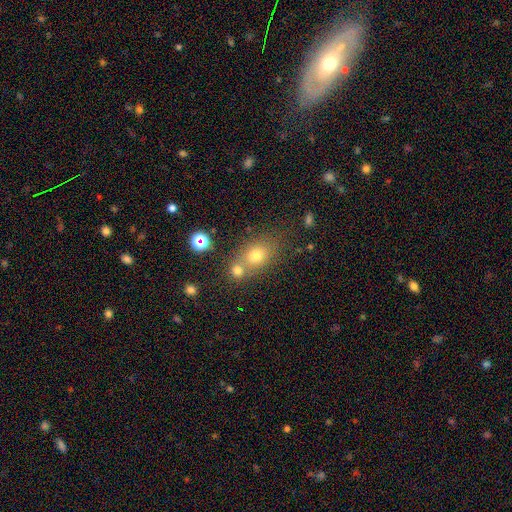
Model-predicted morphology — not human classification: type=smooth (71%); roundness=in between (54%); merging=none (53%).